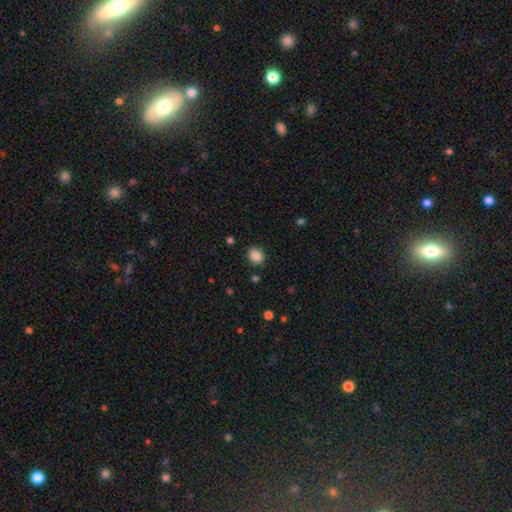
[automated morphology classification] Q: Smooth or featured?
A: smooth (87%); runner-up: star or artifact (10%)
Q: How rounded?
A: round (56%); runner-up: in between (43%)
Q: Merging?
A: none (88%); runner-up: minor disturbance (8%)